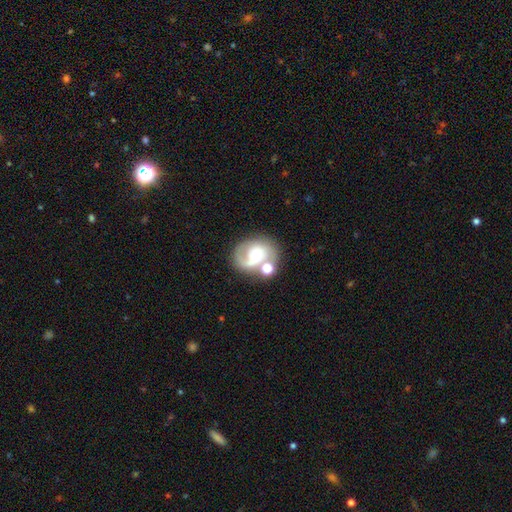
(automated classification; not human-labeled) A featured or disk galaxy (70%) with no bar (60%), 2 (56%) medium (46%) spiral arms (86%) and a moderate central bulge (55%). Merging: none (50%).